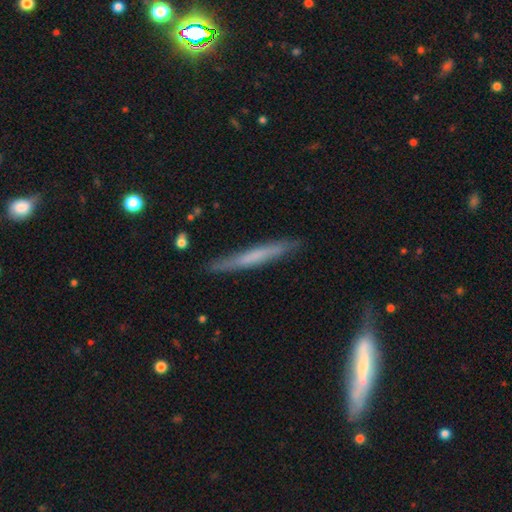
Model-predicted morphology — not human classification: The model was most divided on "smooth or featured": smooth: 57%, featured or disk: 37%, star or artifact: 6%. More confident: how rounded — cigar-shaped (96%); merging — none (85%).